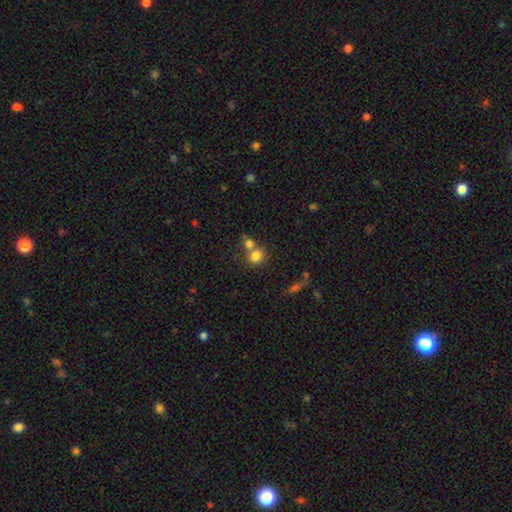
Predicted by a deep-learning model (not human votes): The model was most divided on "merging": none: 48%, merger: 40%, minor disturbance: 8%, major disturbance: 4%. More confident: how rounded — round (80%); smooth or featured — smooth (80%).